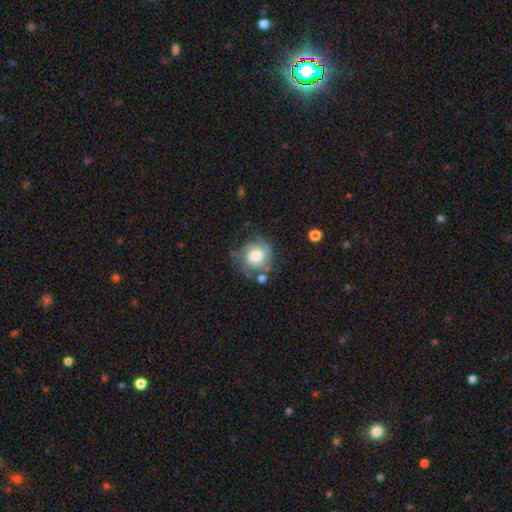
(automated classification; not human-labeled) featured or disk 62%, smooth 31%, star or artifact 8%. Down the decision tree: edge-on disk — no (97%); bar — no (65%); spiral arms — yes (83%); bulge size — large (41%); merging — none (53%).